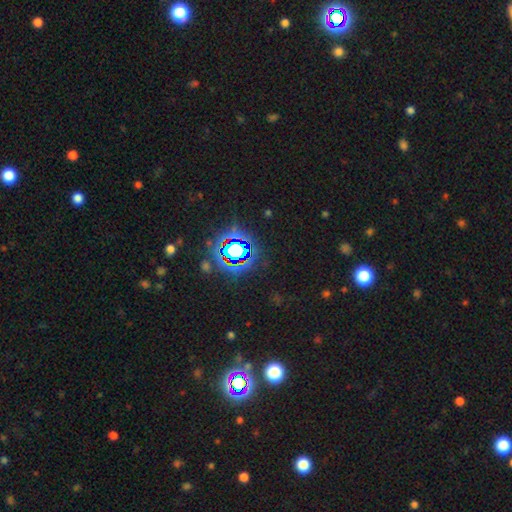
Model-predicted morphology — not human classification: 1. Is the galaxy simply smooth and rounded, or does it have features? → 81% star or artifact, 12% smooth, 7% featured or disk.